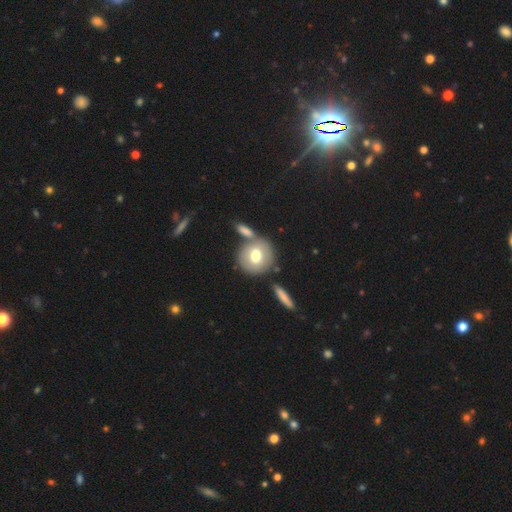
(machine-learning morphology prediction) A smooth galaxy with no disk features (63%) that is round (80%).

Vote fractions:
- Smooth or featured? smooth: 63% / featured or disk: 31% / star or artifact: 7%
- How rounded? round: 80% / in between: 18% / cigar-shaped: 2%
- Merging? none: 61% / merger: 23% / minor disturbance: 12% / major disturbance: 4%